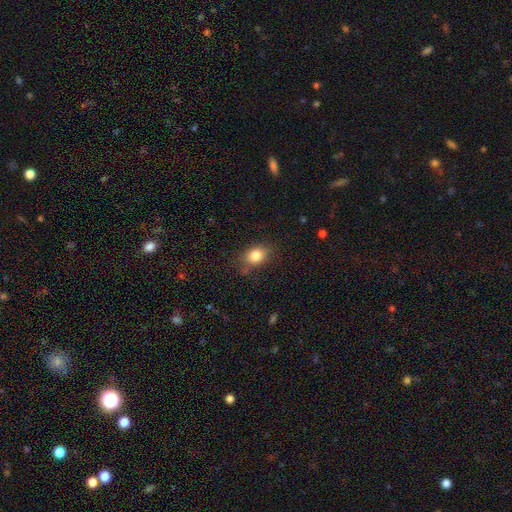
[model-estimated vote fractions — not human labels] This appears to be a smooth galaxy with no disk features (83%) that is in between round and cigar-shaped (62%). Merging: none (76%).